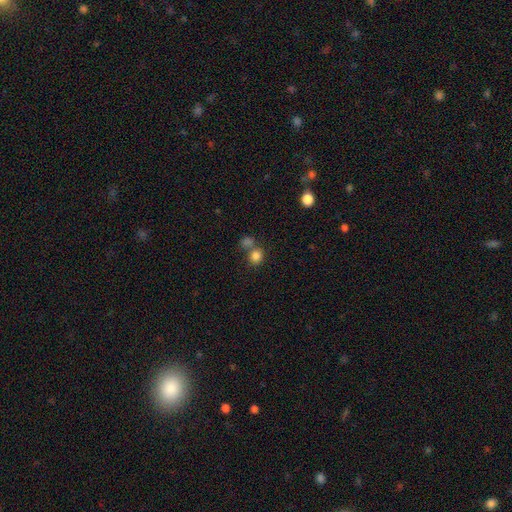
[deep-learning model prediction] Smooth or featured?
  - smooth: 82% *
  - star or artifact: 12%
  - featured or disk: 6%
How rounded?
  - round: 83% *
  - in between: 16%
  - cigar-shaped: 1%
Merging?
  - none: 55% *
  - merger: 33%
  - minor disturbance: 8%
  - major disturbance: 4%